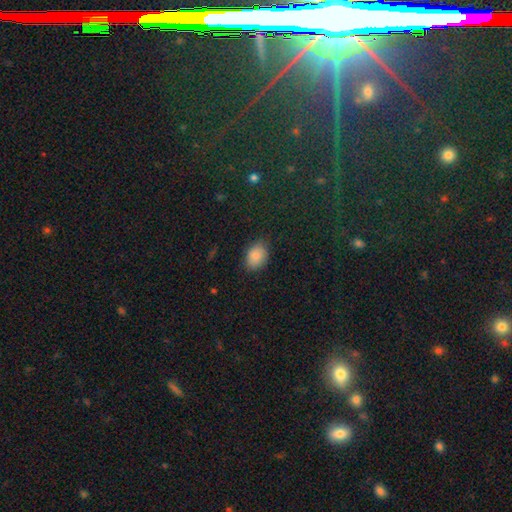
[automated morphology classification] The model was most divided on "how rounded": in between: 71%, round: 28%, cigar-shaped: 1%. More confident: smooth or featured — smooth (84%); merging — none (80%).